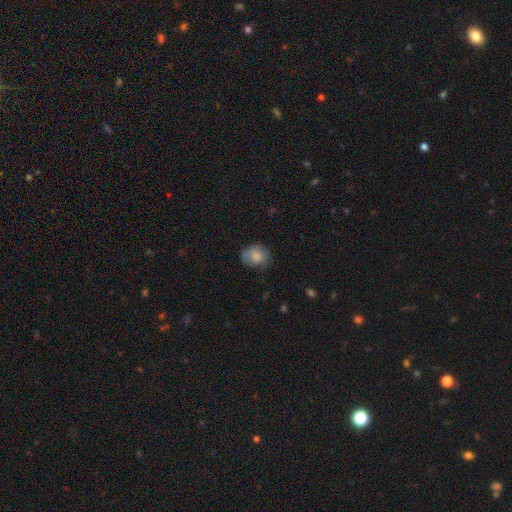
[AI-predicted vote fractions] Smooth or featured? Predicted: smooth (p=0.79). How rounded? Predicted: round (p=0.68). Merging? Predicted: none (p=0.66).